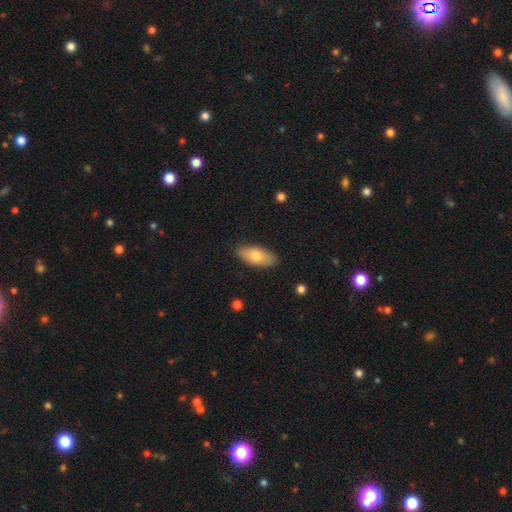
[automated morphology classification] Smooth or featured? smooth (75%)
How rounded? in between (87%)
Merging? none (87%)